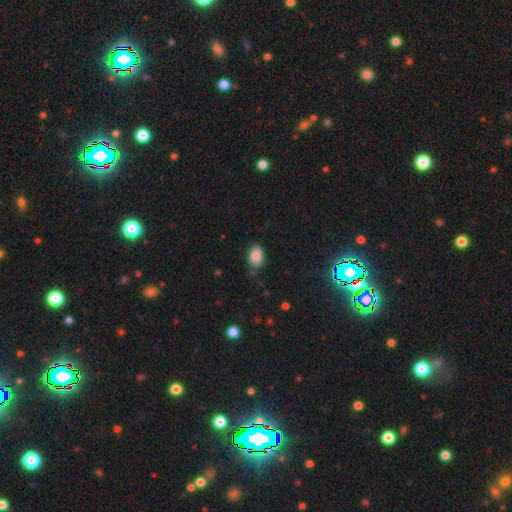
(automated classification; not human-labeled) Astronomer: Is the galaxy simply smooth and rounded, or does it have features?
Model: smooth — 84%.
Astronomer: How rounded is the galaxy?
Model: in between — 84%.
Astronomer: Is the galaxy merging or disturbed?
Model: none — 76%.